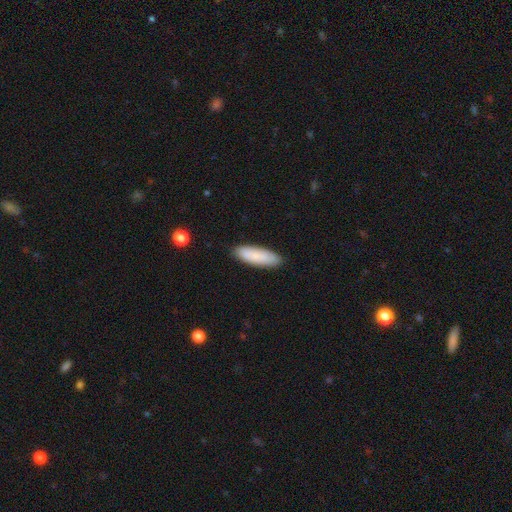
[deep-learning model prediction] smooth 84%, featured or disk 10%, star or artifact 6%. Down the decision tree: how rounded — in between (55%); merging — none (87%).